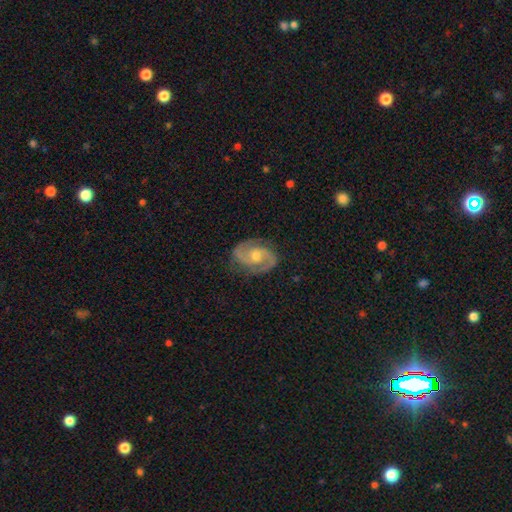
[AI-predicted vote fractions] Overall: featured or disk (89%). Edge-on disk: no (98%). Bar: no (58%; weak 35%). Spiral arms: yes (97%). Spiral arm count: 2 (93%). Spiral winding: medium (54%; tight 34%). Bulge size: moderate (67%; small 27%). Merging: none (83%).